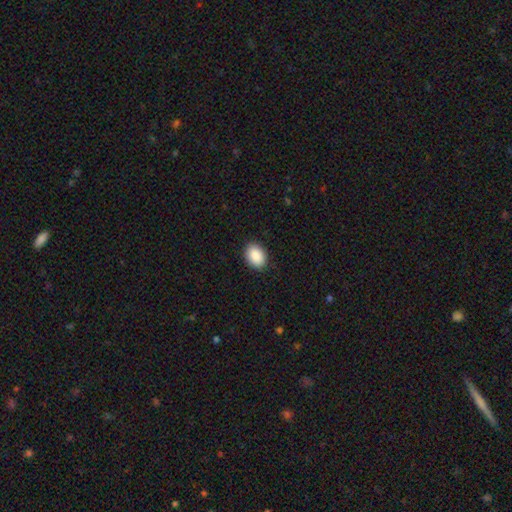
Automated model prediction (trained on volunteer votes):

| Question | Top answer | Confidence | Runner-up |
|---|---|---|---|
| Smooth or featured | smooth | 90% | star or artifact (7%) |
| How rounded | in between | 79% | round (20%) |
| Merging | none | 90% | minor disturbance (8%) |